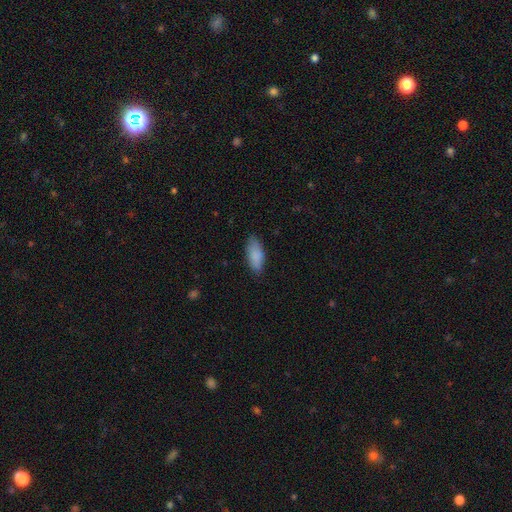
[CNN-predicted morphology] type=smooth (87%); roundness=in between (83%); merging=none (81%).